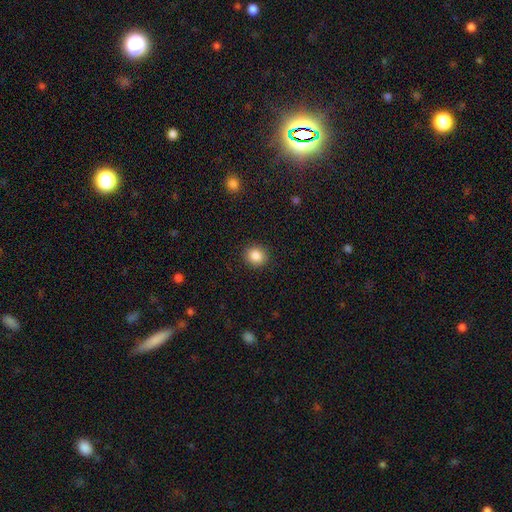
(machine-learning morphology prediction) A smooth galaxy with no disk features (86%) that is round (78%). Merging: none (91%).